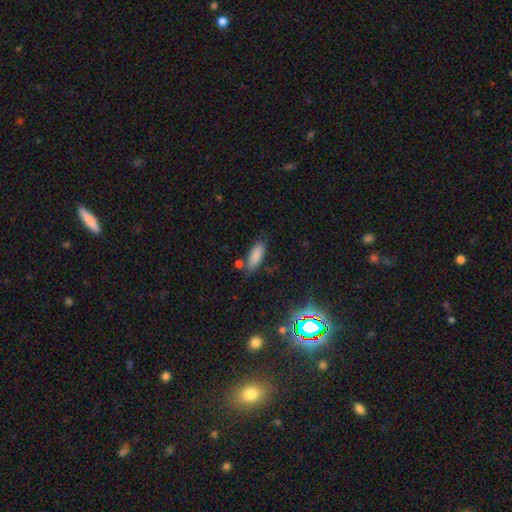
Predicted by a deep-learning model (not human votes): smooth_or_featured: smooth (p=0.84) [alt: star or artifact p=0.09]
how_rounded: in between (p=0.71) [alt: cigar-shaped p=0.26]
merging: none (p=0.75) [alt: minor disturbance p=0.15]